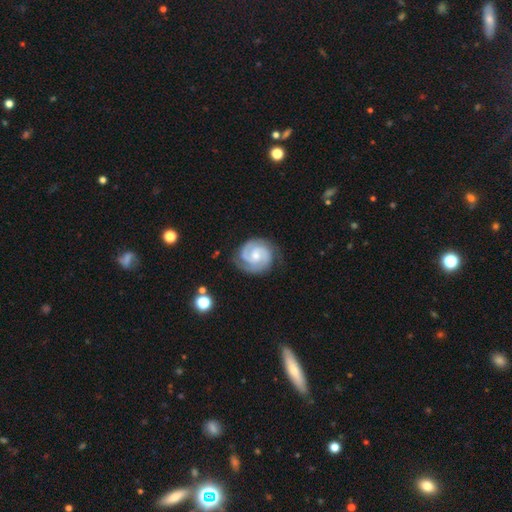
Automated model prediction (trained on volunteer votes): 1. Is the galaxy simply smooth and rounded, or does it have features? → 88% featured or disk, 8% smooth, 4% star or artifact.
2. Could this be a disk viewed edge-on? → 98% no, 2% yes.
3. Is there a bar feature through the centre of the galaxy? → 62% no, 32% weak, 6% strong.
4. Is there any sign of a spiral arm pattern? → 98% yes, 2% no.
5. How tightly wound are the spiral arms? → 63% tight, 32% medium, 5% loose.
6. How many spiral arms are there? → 62% 2, 23% 3, 8% can't tell, 3% 1, 3% 4, 2% more than 4.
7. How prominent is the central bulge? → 53% small, 41% moderate, 2% none, 2% large, 1% dominant.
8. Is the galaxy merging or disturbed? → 76% none, 17% minor disturbance, 6% major disturbance, 1% merger.